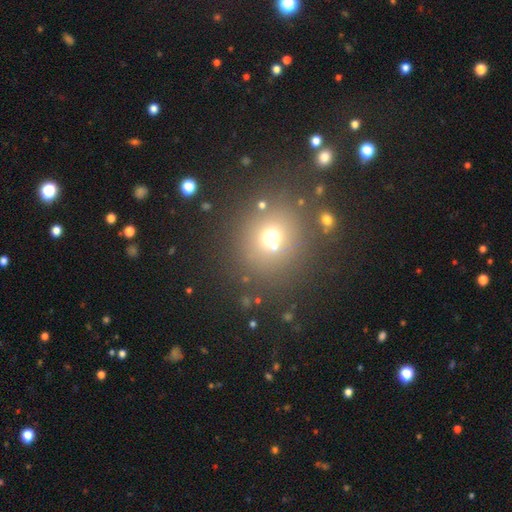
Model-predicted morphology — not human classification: A smooth galaxy with no disk features (58%) that is round (88%). Merging: none (85%).